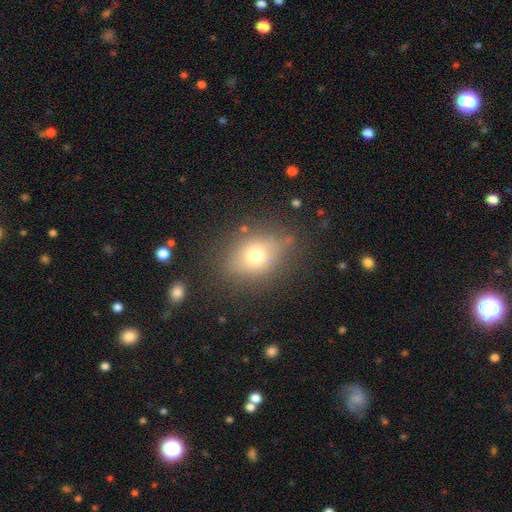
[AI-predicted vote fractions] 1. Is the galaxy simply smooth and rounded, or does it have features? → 68% smooth, 18% featured or disk, 14% star or artifact.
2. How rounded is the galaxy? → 56% in between, 42% round, 2% cigar-shaped.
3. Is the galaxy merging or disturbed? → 78% none, 14% minor disturbance, 6% major disturbance, 3% merger.